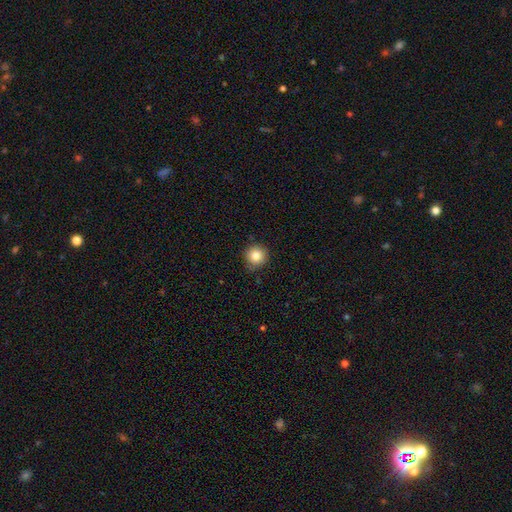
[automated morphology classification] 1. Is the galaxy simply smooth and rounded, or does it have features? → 83% smooth, 10% star or artifact, 7% featured or disk.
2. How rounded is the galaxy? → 95% round, 5% in between, 1% cigar-shaped.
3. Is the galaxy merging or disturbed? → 85% none, 12% minor disturbance, 2% major disturbance, 1% merger.